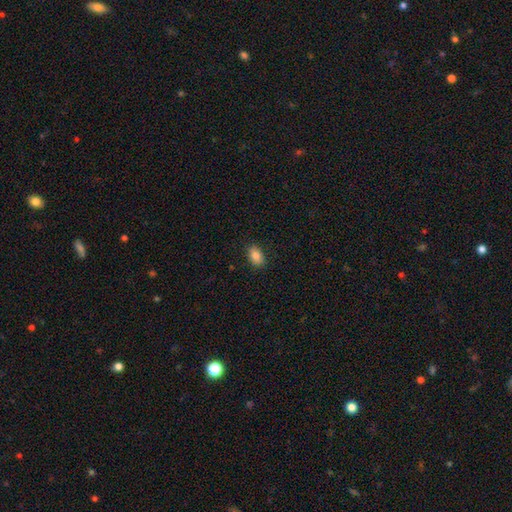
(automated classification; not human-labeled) smooth_or_featured: smooth (p=0.83) [alt: star or artifact p=0.08]
how_rounded: in between (p=0.87) [alt: round p=0.11]
merging: none (p=0.87) [alt: minor disturbance p=0.10]